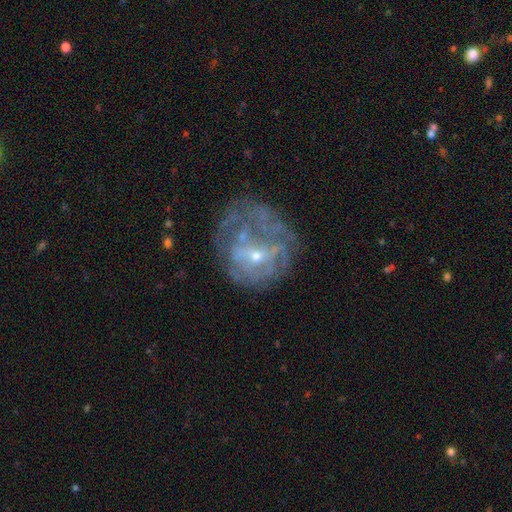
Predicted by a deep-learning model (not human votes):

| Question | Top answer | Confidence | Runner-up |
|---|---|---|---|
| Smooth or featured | featured or disk | 70% | smooth (18%) |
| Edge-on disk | no | 97% | yes (3%) |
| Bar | no | 63% | weak (29%) |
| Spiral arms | no | 58% | yes (42%) |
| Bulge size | small | 71% | moderate (22%) |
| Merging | none | 40% | major disturbance (33%) |